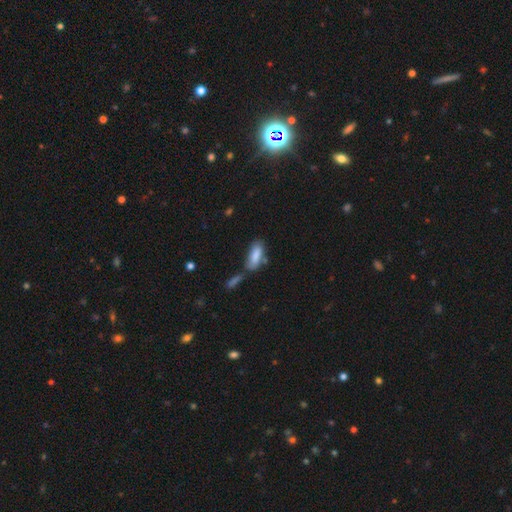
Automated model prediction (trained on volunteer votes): Q: Smooth or featured?
A: smooth (82%); runner-up: featured or disk (11%)
Q: How rounded?
A: in between (73%); runner-up: cigar-shaped (26%)
Q: Merging?
A: none (49%); runner-up: merger (24%)